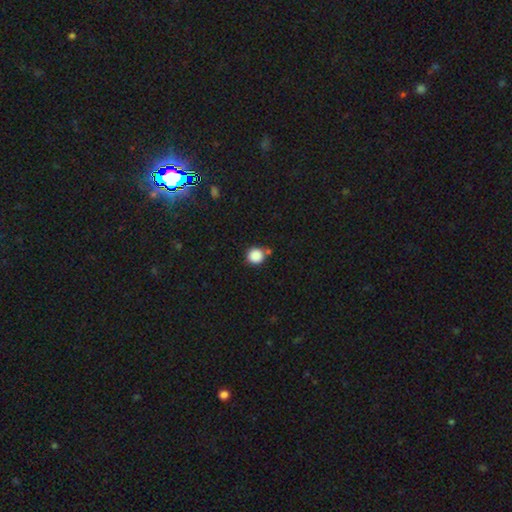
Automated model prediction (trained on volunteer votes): This is clearly a smooth galaxy (87%). How rounded: clearly round (90%). Merging: likely none (74%).